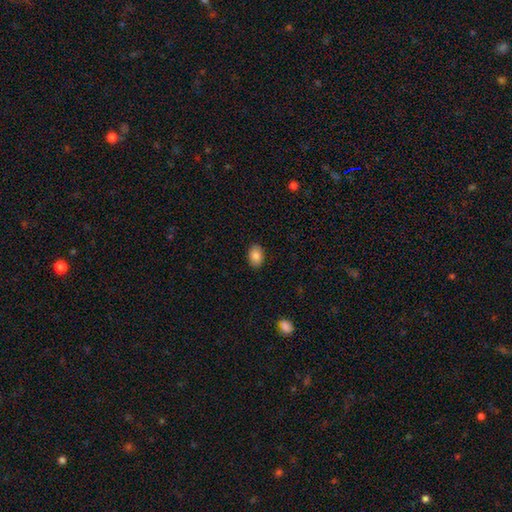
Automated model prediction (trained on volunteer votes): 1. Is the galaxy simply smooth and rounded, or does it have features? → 87% smooth, 8% star or artifact, 5% featured or disk.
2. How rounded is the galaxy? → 85% in between, 14% round, 1% cigar-shaped.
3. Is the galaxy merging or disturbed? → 89% none, 8% minor disturbance, 2% major disturbance, 1% merger.